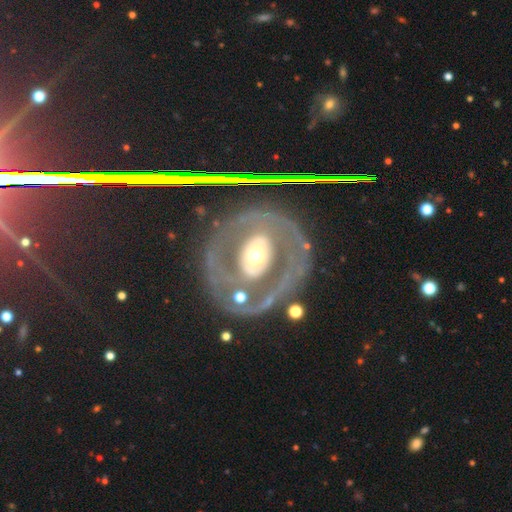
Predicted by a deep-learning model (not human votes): Overall: featured or disk (72%). Edge-on disk: no (95%). Bar: no (57%; weak 24%). Spiral arms: no (59%; yes 41%). Bulge size: moderate (66%). Merging: none (67%).